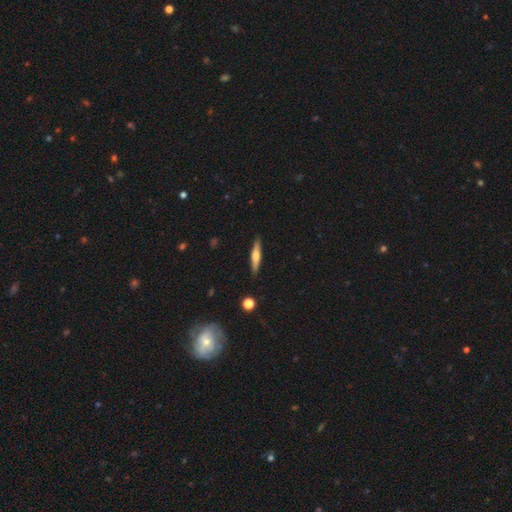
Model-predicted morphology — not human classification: This appears to be a smooth galaxy with no disk features (48%). Merging: none (89%).